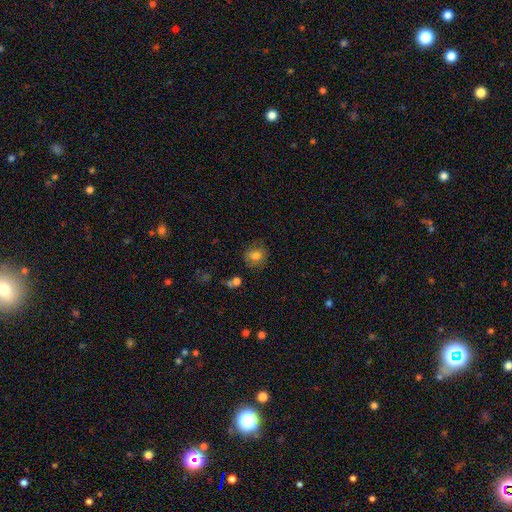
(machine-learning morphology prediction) Smooth or featured? Predicted: smooth (p=0.78). How rounded? Predicted: round (p=0.73). Merging? Predicted: none (p=0.77).